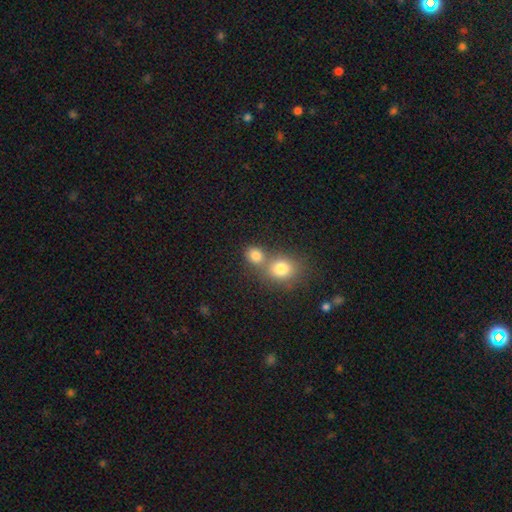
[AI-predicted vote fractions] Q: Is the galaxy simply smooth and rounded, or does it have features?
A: smooth — 81%.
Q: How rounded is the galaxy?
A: round — 72%.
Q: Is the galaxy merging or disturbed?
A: none — 45%, tied with merger.